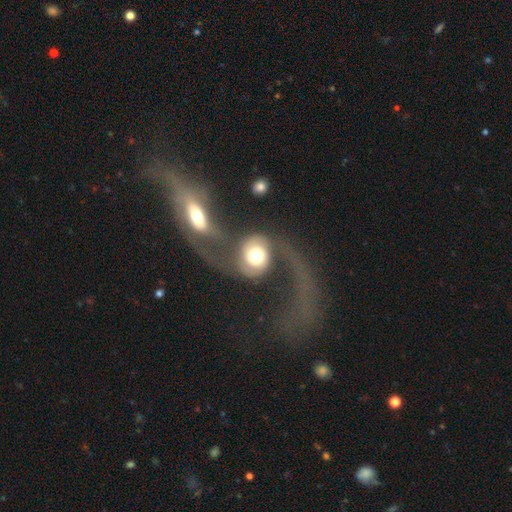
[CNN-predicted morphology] The model was most divided on "merging": major disturbance: 35%, none: 28%, merger: 26%, minor disturbance: 11%. Remaining: edge-on disk — no (96%); spiral arm count — 2 (87%); spiral arms — yes (86%); bar — no (72%); smooth or featured — featured or disk (70%); spiral winding — loose (69%); bulge size — moderate (50%).